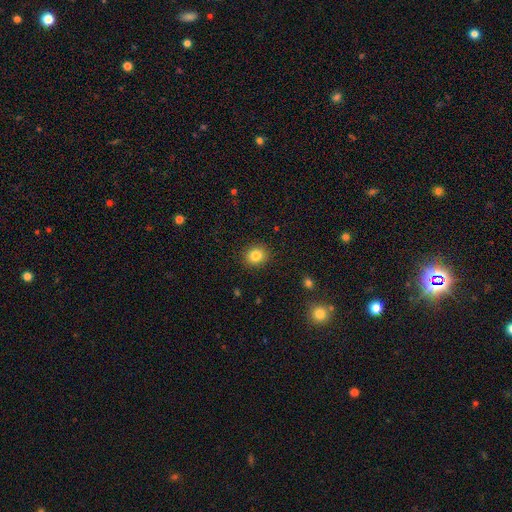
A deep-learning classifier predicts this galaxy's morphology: Smooth or featured: smooth — 84% (star or artifact — 10%)
How rounded: round — 81% (in between — 18%)
Merging: none — 90% (minor disturbance — 6%)